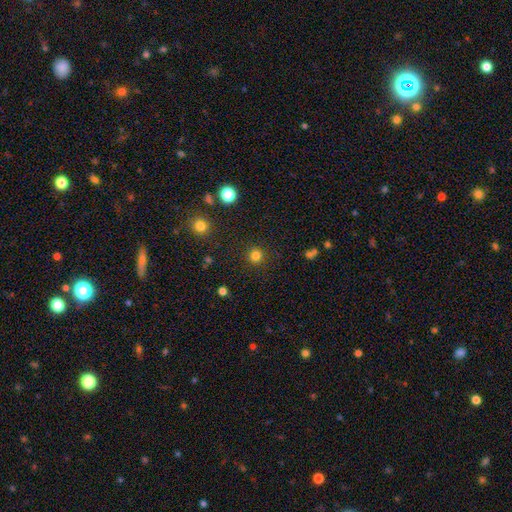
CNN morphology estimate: smooth 81%, star or artifact 15%, featured or disk 4%. Down the decision tree: how rounded — round (95%); merging — none (91%).